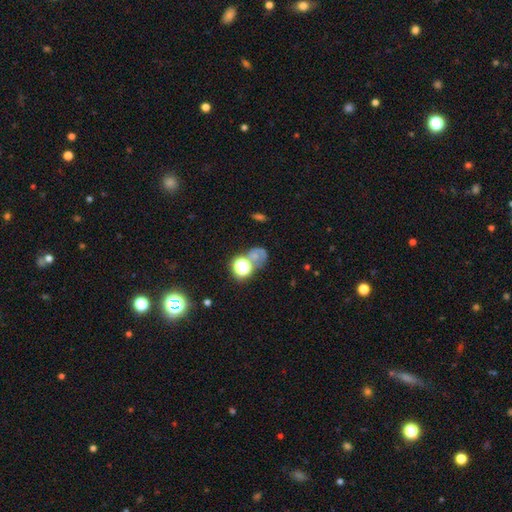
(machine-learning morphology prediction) The model was most divided on "smooth or featured": smooth: 45%, star or artifact: 34%, featured or disk: 21%. Remaining: merging — none (38%).